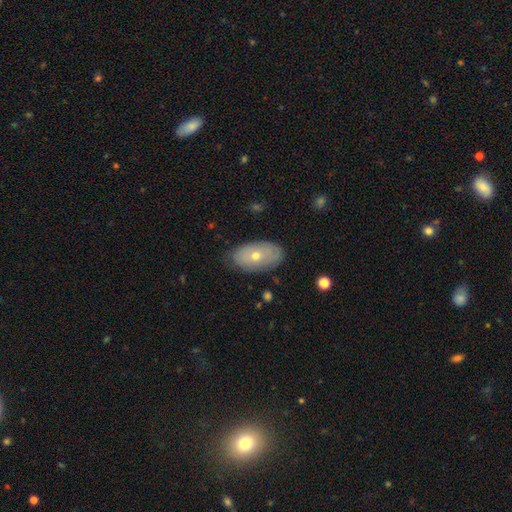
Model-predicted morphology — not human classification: type=smooth (55%); roundness=in between (92%); merging=none (78%).